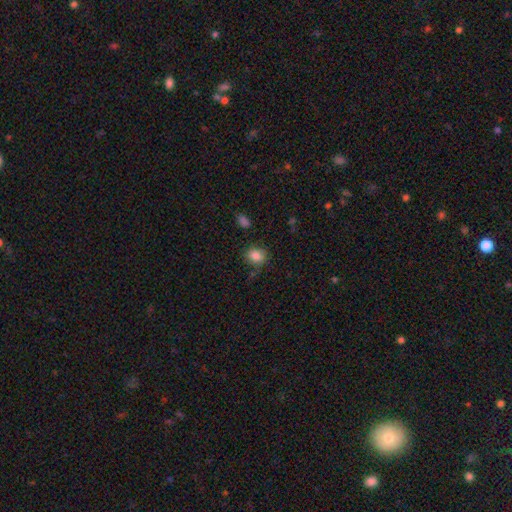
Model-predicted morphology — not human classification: This appears to be a smooth galaxy with no disk features (85%) that is round (55%). Merging: none (75%).